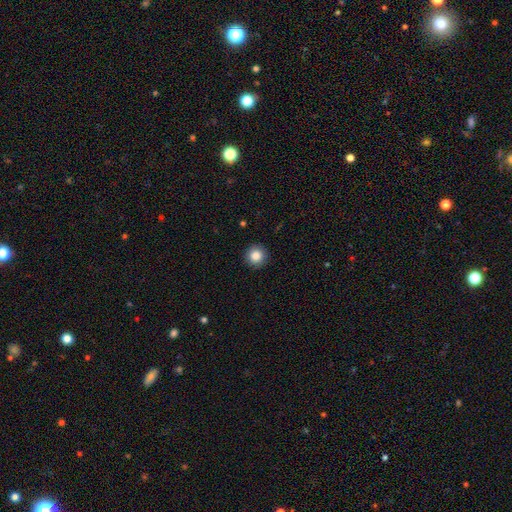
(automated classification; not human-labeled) This appears to be a smooth galaxy with no disk features (85%) that is round (95%). Merging: none (92%).